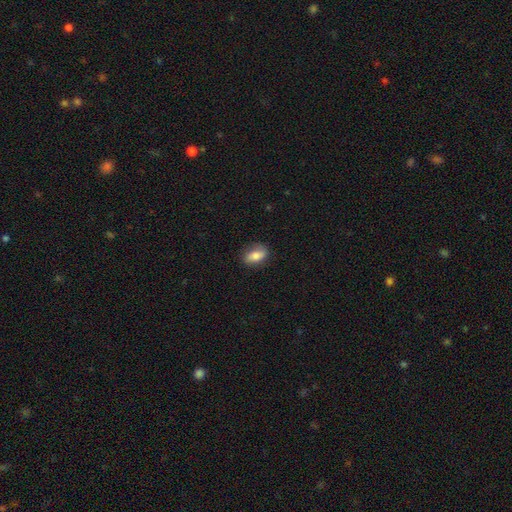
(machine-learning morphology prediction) Smooth or featured?
  - smooth: 73% *
  - featured or disk: 19%
  - star or artifact: 8%
How rounded?
  - in between: 84% *
  - round: 12%
  - cigar-shaped: 4%
Merging?
  - none: 78% *
  - minor disturbance: 16%
  - major disturbance: 4%
  - merger: 1%